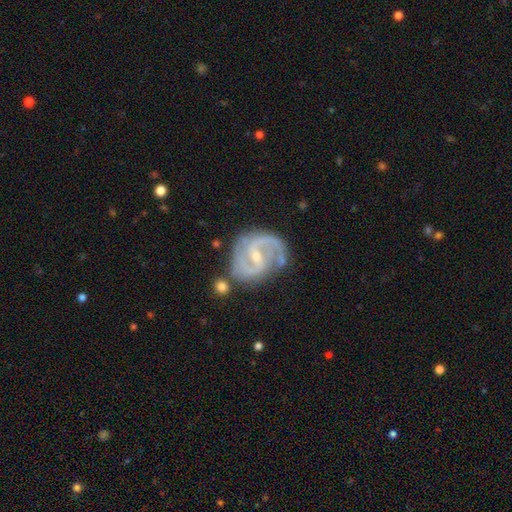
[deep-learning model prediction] The model was most divided on "bulge size": small: 63%, moderate: 33%, none: 2%, large: 1%, dominant: 1%. More confident: edge-on disk — no (98%); spiral arms — yes (98%); smooth or featured — featured or disk (91%); spiral arm count — 2 (90%); merging — none (69%); spiral winding — medium (58%); bar — weak (54%).